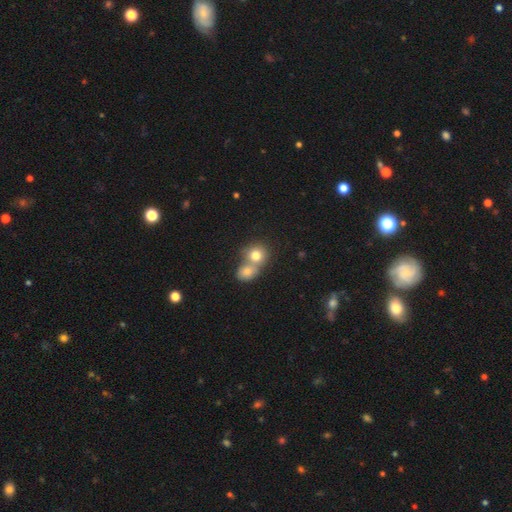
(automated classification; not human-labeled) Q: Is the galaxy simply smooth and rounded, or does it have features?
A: smooth — 78%.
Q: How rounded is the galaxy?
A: round — 78%.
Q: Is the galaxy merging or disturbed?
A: merger — 60%.